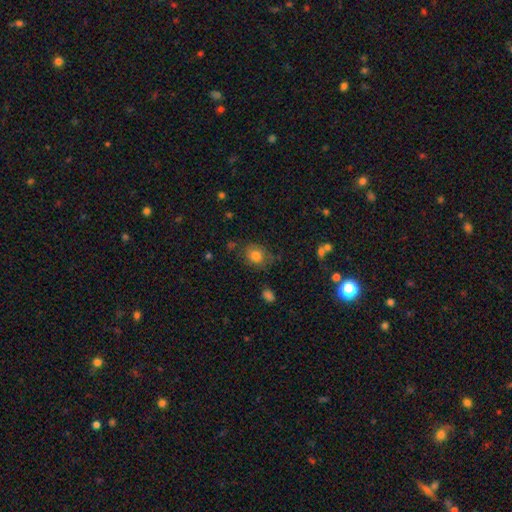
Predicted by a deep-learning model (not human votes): Smooth or featured? Predicted: smooth (p=0.80). How rounded? Predicted: round (p=0.68). Merging? Predicted: none (p=0.72).